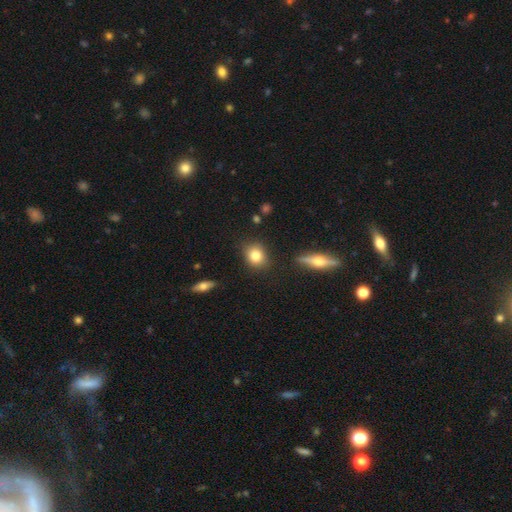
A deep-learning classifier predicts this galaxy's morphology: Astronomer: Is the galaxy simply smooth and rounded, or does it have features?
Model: smooth — 80%.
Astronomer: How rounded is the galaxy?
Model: round — 63%.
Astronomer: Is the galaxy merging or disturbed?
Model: none — 84%.